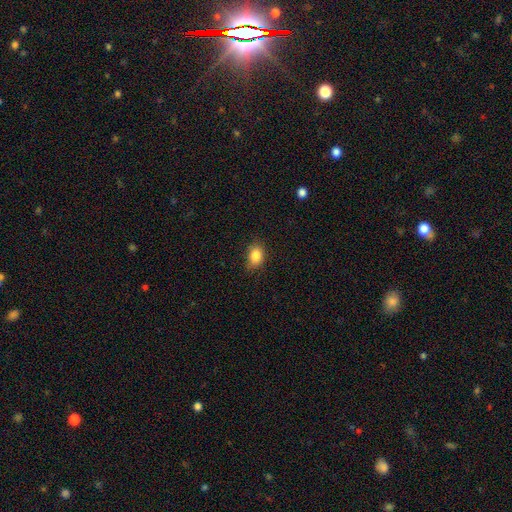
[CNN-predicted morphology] Q: Smooth or featured?
A: smooth (85%); runner-up: star or artifact (9%)
Q: How rounded?
A: in between (73%); runner-up: round (26%)
Q: Merging?
A: none (76%); runner-up: minor disturbance (19%)